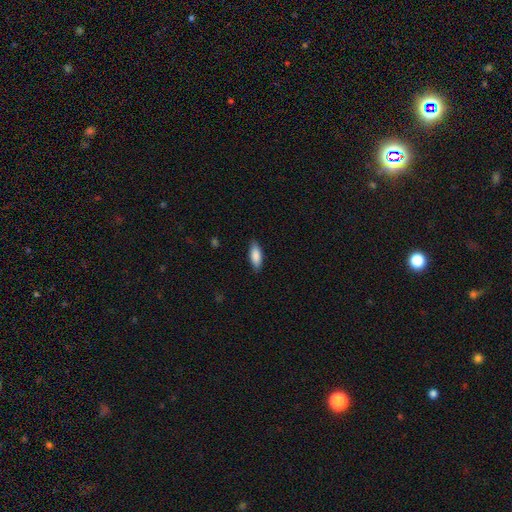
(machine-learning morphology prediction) Smooth or featured: smooth — 87% (featured or disk — 7%)
How rounded: in between — 72% (cigar-shaped — 26%)
Merging: none — 85% (minor disturbance — 12%)